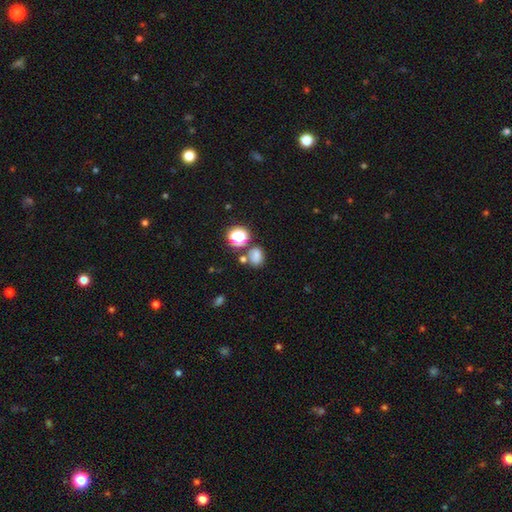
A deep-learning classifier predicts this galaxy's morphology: smooth 70%, star or artifact 22%, featured or disk 8%. Down the decision tree: how rounded — in between (54%); merging — none (62%).